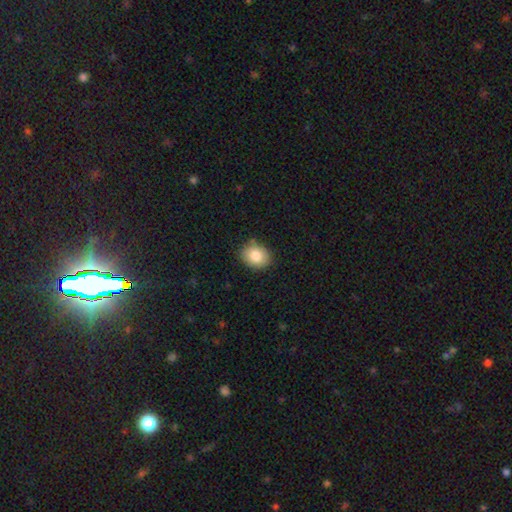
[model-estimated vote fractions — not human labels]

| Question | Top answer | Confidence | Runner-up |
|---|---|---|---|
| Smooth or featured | smooth | 83% | star or artifact (9%) |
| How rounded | in between | 50% | round (49%) |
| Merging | none | 83% | minor disturbance (13%) |